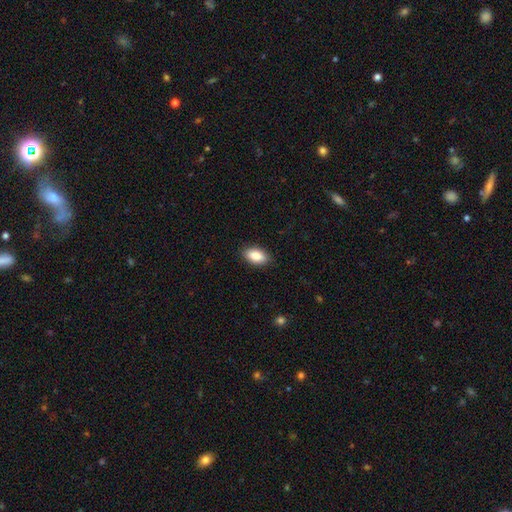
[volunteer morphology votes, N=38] smooth-or-featured: smooth: 95% | featured or disk: 5% | star or artifact: 0%
  how-rounded: in between: 97% | round: 3% | cigar-shaped: 0%
  merging: none: 84% | minor disturbance: 13% | major disturbance: 3% | merger: 0%